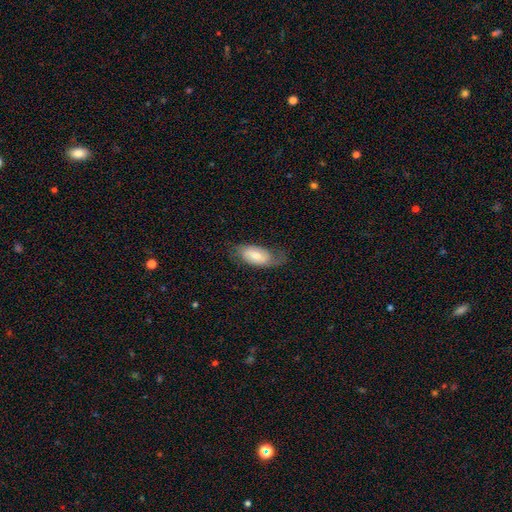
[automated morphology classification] This is possibly a smooth galaxy (50%). How rounded: clearly in between (90%). Merging: possibly none (56%).